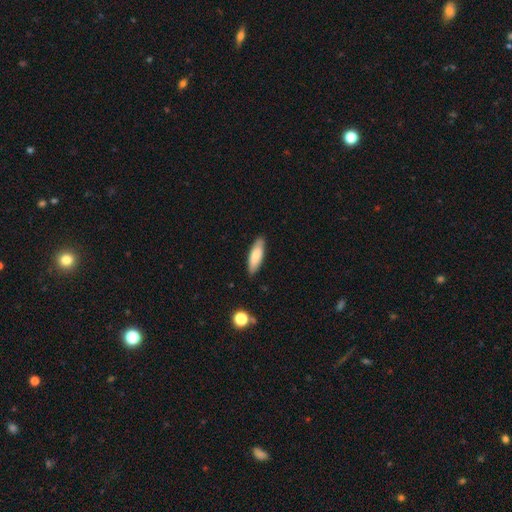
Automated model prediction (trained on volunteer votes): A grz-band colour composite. It shows a smooth galaxy with no disk features (75%) that is in between round and cigar-shaped (52%). Merging: none (85%).